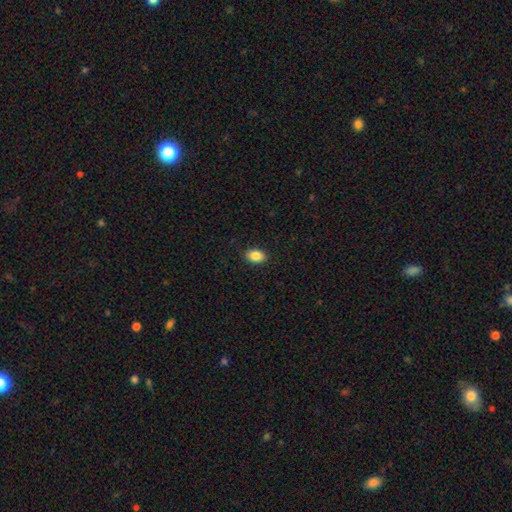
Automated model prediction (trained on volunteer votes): Smooth or featured? Predicted: smooth (p=0.86). How rounded? Predicted: in between (p=0.86). Merging? Predicted: none (p=0.89).